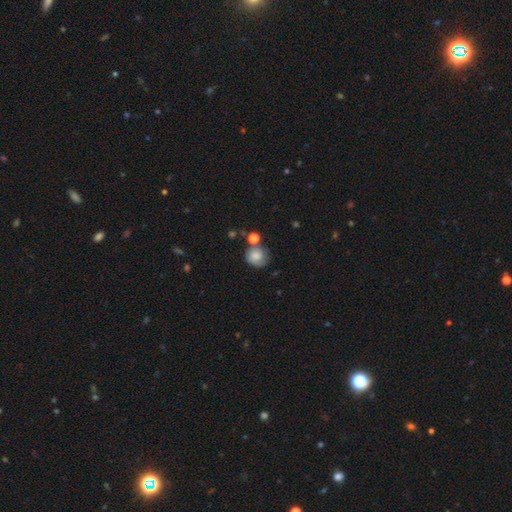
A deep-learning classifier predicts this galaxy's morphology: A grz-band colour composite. It shows a smooth galaxy with no disk features (72%) that is round (80%). Merging: none (54%).